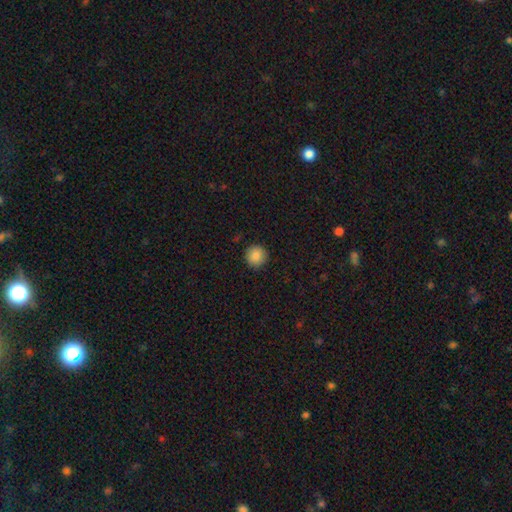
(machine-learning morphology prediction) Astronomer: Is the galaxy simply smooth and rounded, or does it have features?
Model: smooth — 88%.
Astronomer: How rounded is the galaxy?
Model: round — 94%.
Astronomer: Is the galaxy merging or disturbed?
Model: none — 91%.